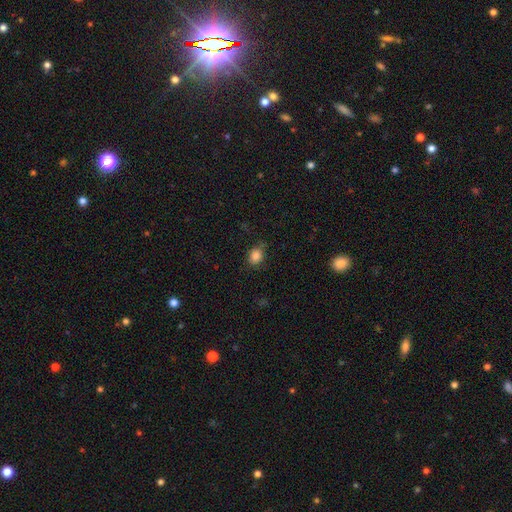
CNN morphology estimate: Q: Smooth or featured?
A: smooth (84%); runner-up: star or artifact (10%)
Q: How rounded?
A: round (55%); runner-up: in between (44%)
Q: Merging?
A: none (75%); runner-up: minor disturbance (19%)